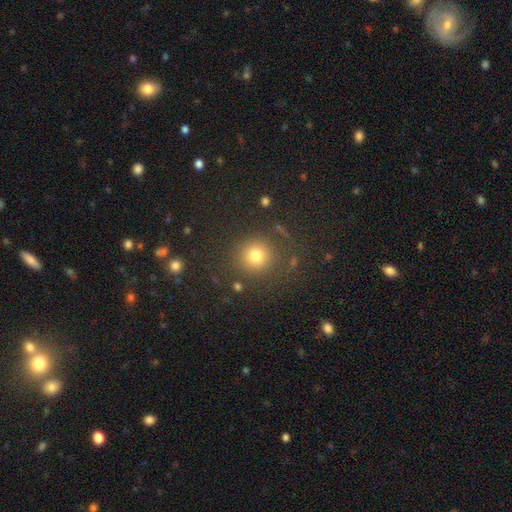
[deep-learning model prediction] Smooth or featured: smooth — 76% (star or artifact — 17%)
How rounded: round — 91% (in between — 8%)
Merging: none — 83% (minor disturbance — 9%)